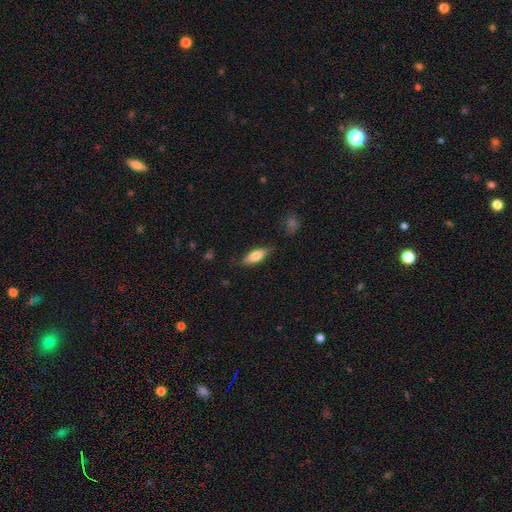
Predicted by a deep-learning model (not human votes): This appears to be a smooth galaxy with no disk features (70%) that is in between round and cigar-shaped (62%). Merging: none (81%).